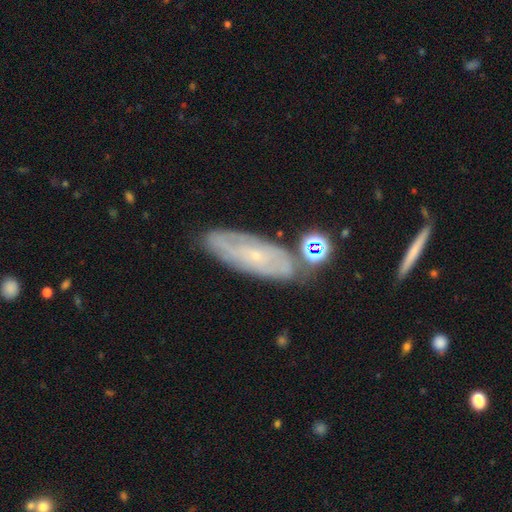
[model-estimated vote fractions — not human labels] smooth-or-featured: featured or disk: 65% | smooth: 27% | star or artifact: 8%
  disk-edge-on: no: 81% | yes: 19%
    bar: no: 76% | weak: 19% | strong: 5%
    has-spiral-arms: yes: 76% | no: 24%
    bulge-size: small: 83% | moderate: 12% | none: 3% | large: 1% | dominant: 1%
  merging: none: 73% | minor disturbance: 17% | merger: 7% | major disturbance: 4%